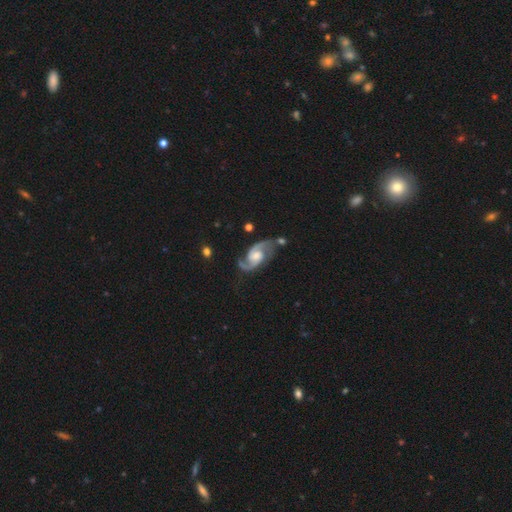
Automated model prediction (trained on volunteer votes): featured or disk 92%, smooth 4%, star or artifact 4%. Down the decision tree: edge-on disk — no (97%); bar — no (52%); spiral arms — yes (98%); spiral arm count — 2 (94%); spiral winding — medium (57%); bulge size — moderate (54%); merging — none (72%).